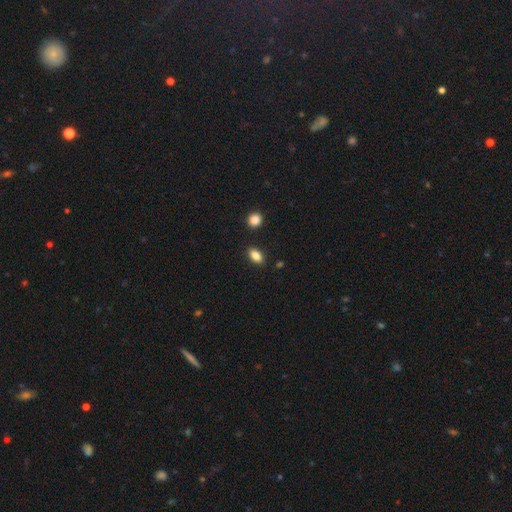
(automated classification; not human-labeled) Smooth or featured? smooth (85%)
How rounded? in between (87%)
Merging? none (87%)